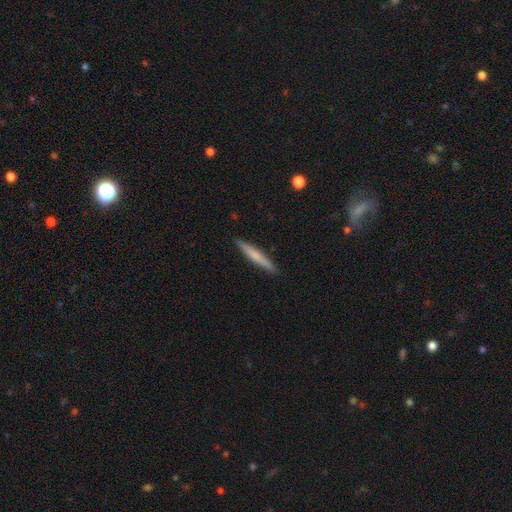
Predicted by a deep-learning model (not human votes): Smooth or featured: smooth — 63% (featured or disk — 32%)
How rounded: cigar-shaped — 95% (in between — 4%)
Merging: none — 91% (minor disturbance — 6%)